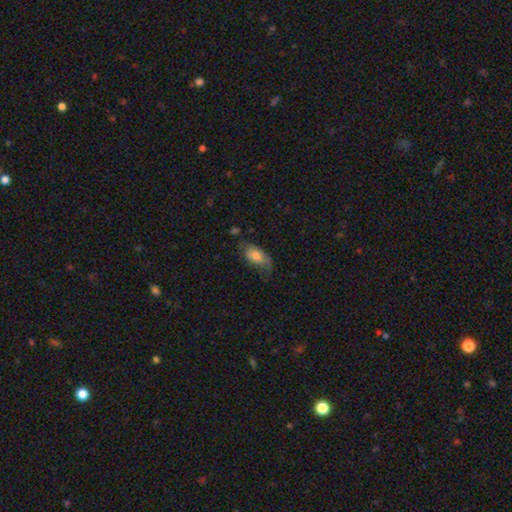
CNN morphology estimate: Smooth or featured?
  - smooth: 65% *
  - featured or disk: 28%
  - star or artifact: 7%
How rounded?
  - in between: 90% *
  - round: 5%
  - cigar-shaped: 5%
Merging?
  - none: 45% *
  - minor disturbance: 32%
  - major disturbance: 20%
  - merger: 3%